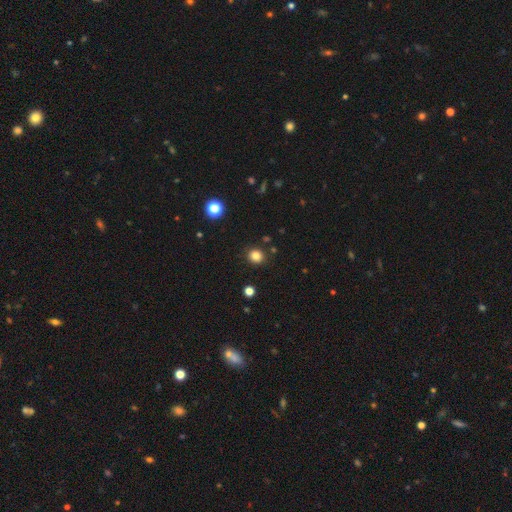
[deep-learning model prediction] Q: Smooth or featured?
A: smooth (82%); runner-up: star or artifact (13%)
Q: How rounded?
A: round (86%); runner-up: in between (13%)
Q: Merging?
A: none (89%); runner-up: minor disturbance (6%)